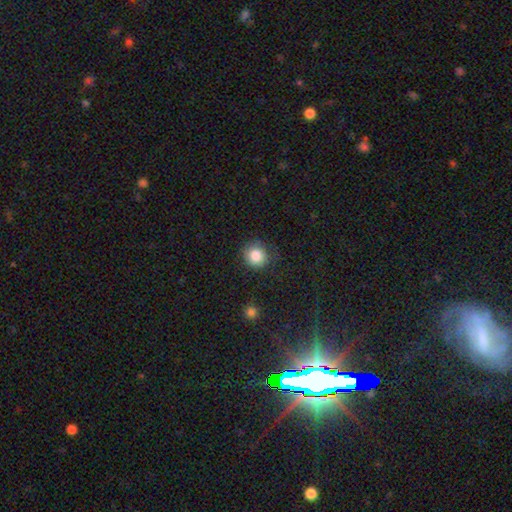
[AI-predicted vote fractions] This is clearly a smooth galaxy (85%). How rounded: clearly round (89%). Merging: likely none (78%).